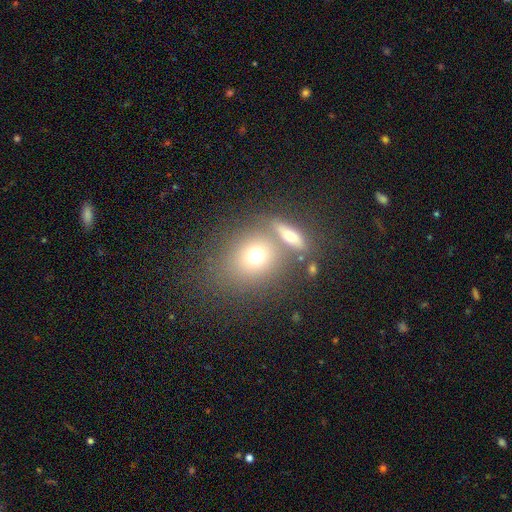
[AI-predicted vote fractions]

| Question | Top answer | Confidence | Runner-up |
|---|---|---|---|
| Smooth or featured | smooth | 70% | featured or disk (18%) |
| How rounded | round | 68% | in between (30%) |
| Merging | none | 53% | merger (31%) |